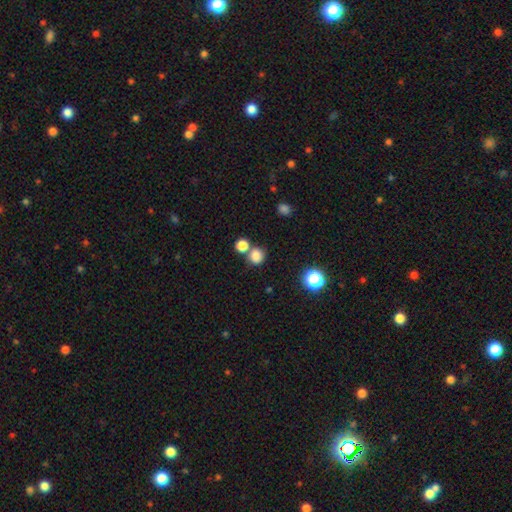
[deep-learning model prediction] Smooth or featured? smooth (80%)
How rounded? round (80%)
Merging? none (59%)